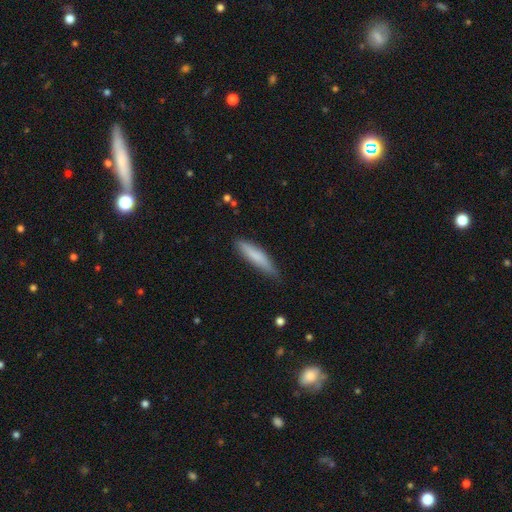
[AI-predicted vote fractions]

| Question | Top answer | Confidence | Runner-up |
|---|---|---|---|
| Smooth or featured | smooth | 76% | featured or disk (18%) |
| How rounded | cigar-shaped | 83% | in between (15%) |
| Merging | none | 76% | minor disturbance (20%) |